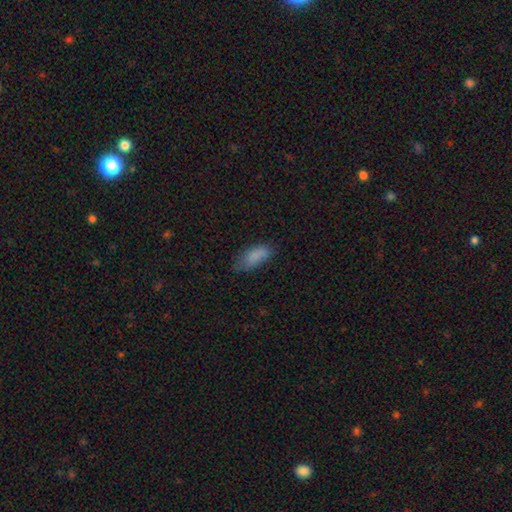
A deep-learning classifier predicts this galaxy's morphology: type=smooth (84%); roundness=in between (80%); merging=none (61%).